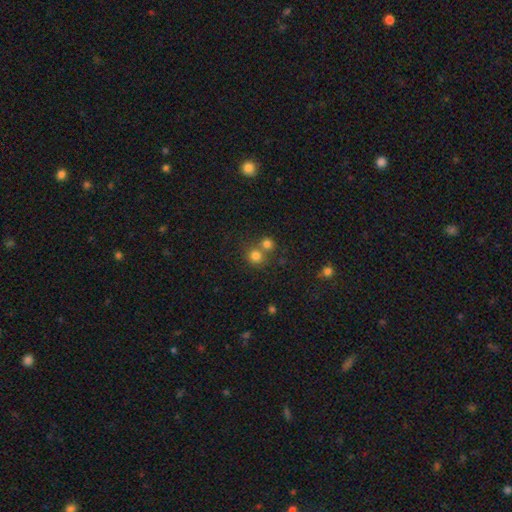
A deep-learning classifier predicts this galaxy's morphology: Overall: smooth (77%). How rounded: round (88%). Merging: none (54%; merger 38%).